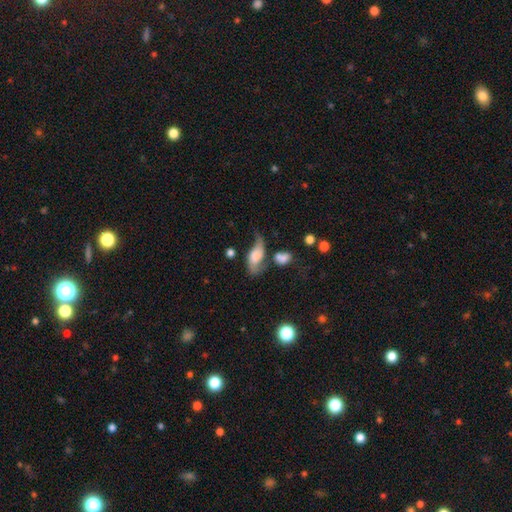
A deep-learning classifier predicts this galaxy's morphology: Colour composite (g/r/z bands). It shows a featured or disk galaxy (50%). Merging: none (35%).